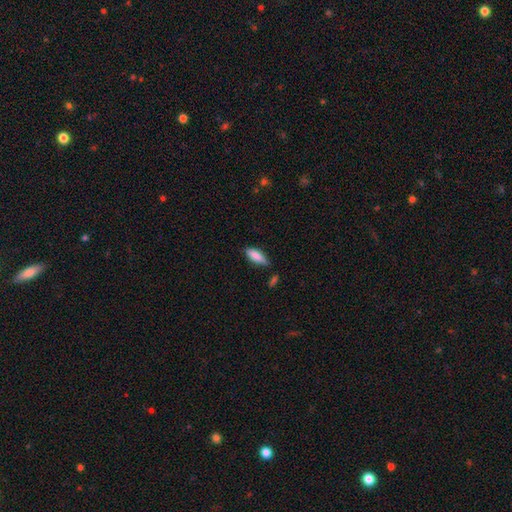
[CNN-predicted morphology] type=smooth (83%); roundness=in between (60%); merging=none (68%).